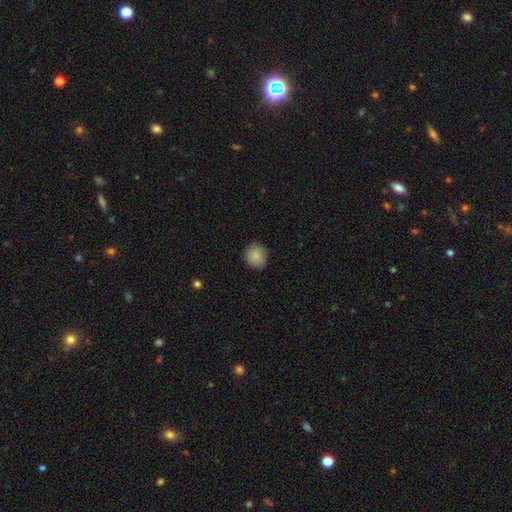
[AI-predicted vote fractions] smooth 87%, star or artifact 8%, featured or disk 6%. Down the decision tree: how rounded — round (85%); merging — none (89%).